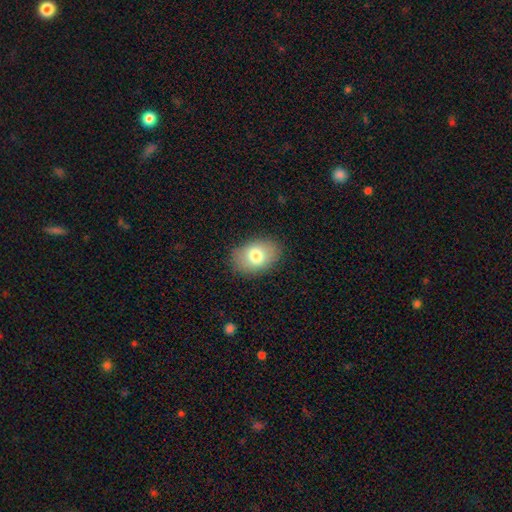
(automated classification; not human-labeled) A smooth galaxy with no disk features (77%) that is in between round and cigar-shaped (81%). Merging: none (85%).